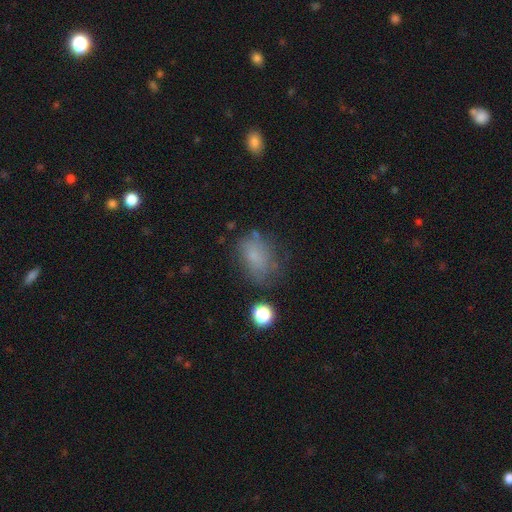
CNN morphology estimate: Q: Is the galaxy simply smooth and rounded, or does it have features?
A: smooth — 67%.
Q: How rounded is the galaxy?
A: in between — 76%.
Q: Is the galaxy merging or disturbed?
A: none — 55%.